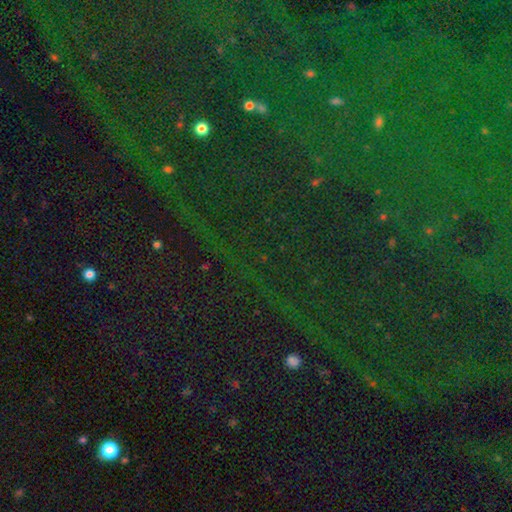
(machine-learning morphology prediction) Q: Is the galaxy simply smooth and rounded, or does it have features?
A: star or artifact — 83%.